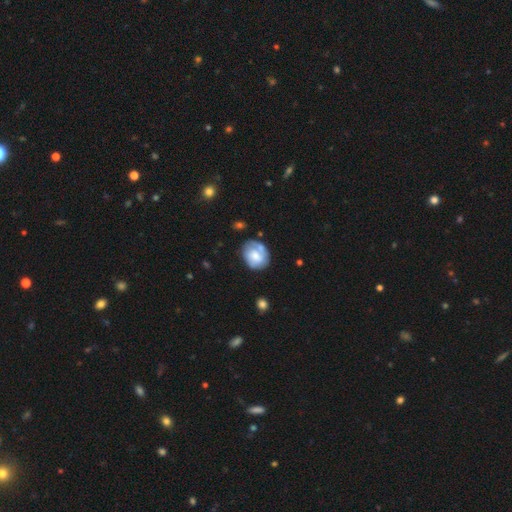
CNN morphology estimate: smooth-or-featured: smooth: 55% | featured or disk: 38% | star or artifact: 7%
  how-rounded: round: 58% | in between: 41% | cigar-shaped: 1%
  merging: none: 56% | minor disturbance: 25% | merger: 10% | major disturbance: 10%